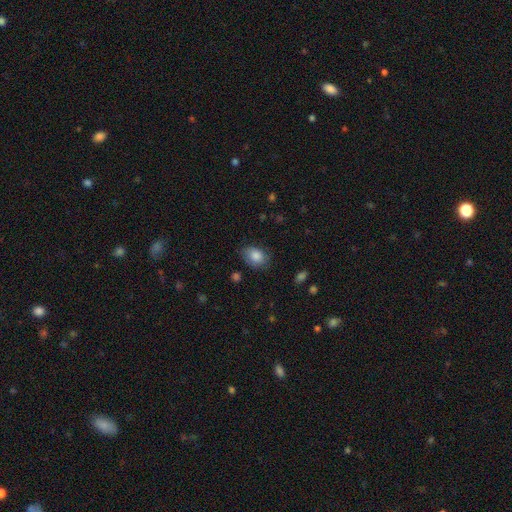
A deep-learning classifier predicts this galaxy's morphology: Smooth or featured: smooth — 80% (featured or disk — 12%)
How rounded: in between — 74% (round — 25%)
Merging: none — 69% (minor disturbance — 23%)